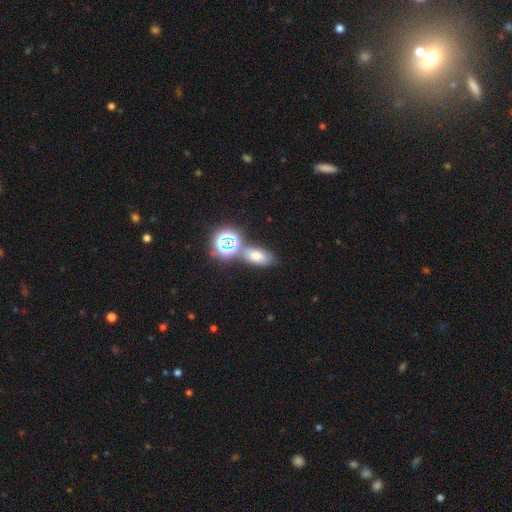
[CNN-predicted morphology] A smooth galaxy with no disk features (59%) that is in between round and cigar-shaped (79%).

Vote fractions:
- Smooth or featured? smooth: 59% / star or artifact: 29% / featured or disk: 12%
- How rounded? in between: 79% / round: 17% / cigar-shaped: 4%
- Merging? none: 64% / merger: 19% / minor disturbance: 13% / major disturbance: 5%